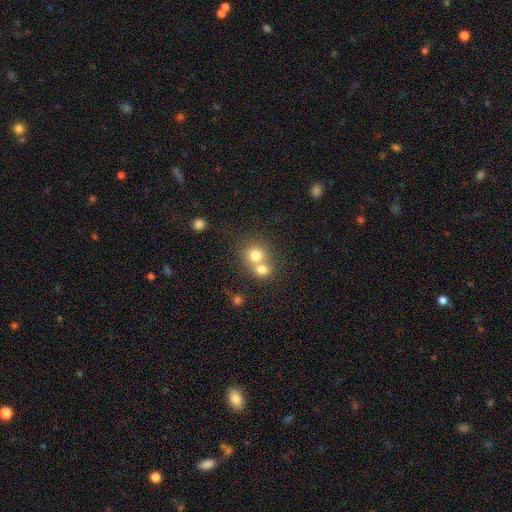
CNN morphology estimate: smooth 76%, featured or disk 13%, star or artifact 11%. Down the decision tree: how rounded — round (81%); merging — merger (59%).